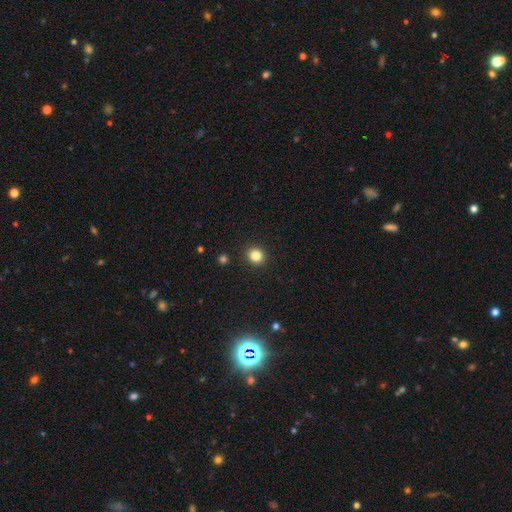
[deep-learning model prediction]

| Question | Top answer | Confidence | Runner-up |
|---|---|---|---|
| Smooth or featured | smooth | 83% | star or artifact (12%) |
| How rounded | round | 85% | in between (14%) |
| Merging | none | 92% | minor disturbance (5%) |